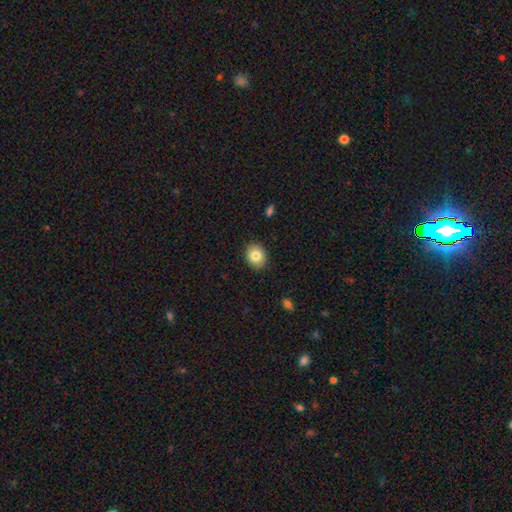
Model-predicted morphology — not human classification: Overall: smooth (82%). How rounded: round (57%; in between 42%). Merging: none (89%).